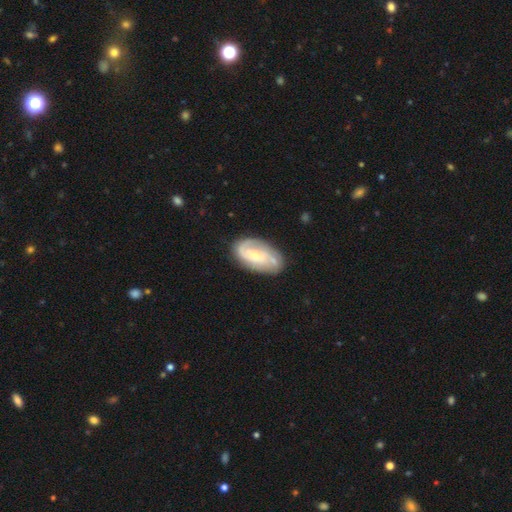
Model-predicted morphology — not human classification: featured or disk 68%, smooth 27%, star or artifact 6%. Down the decision tree: edge-on disk — no (96%); bar — no (52%); spiral arms — yes (88%); spiral arm count — 2 (48%); spiral winding — tight (41%); bulge size — small (58%); merging — none (69%).